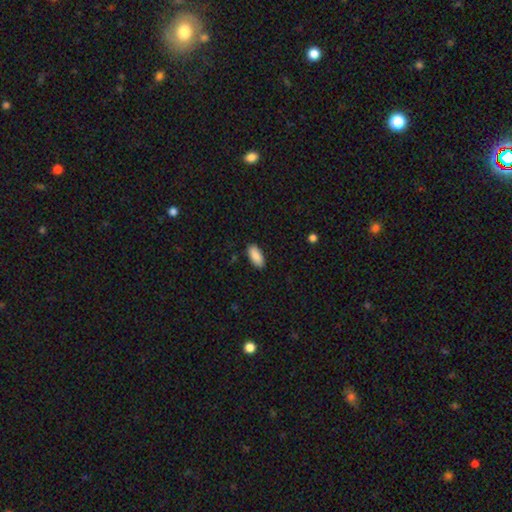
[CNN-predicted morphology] A smooth galaxy with no disk features (90%) that is in between round and cigar-shaped (89%). Merging: none (89%).